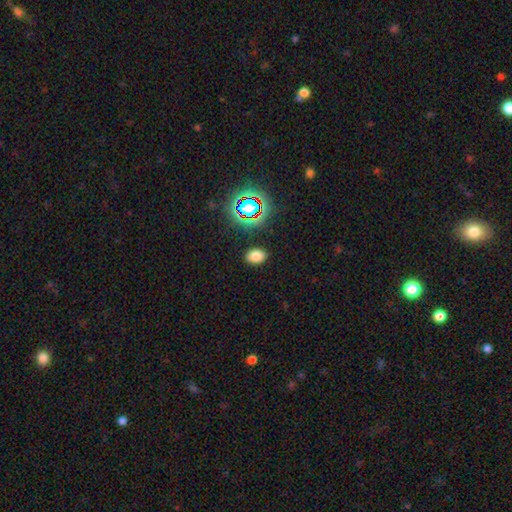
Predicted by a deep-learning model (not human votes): Q: Smooth or featured?
A: smooth (75%); runner-up: star or artifact (18%)
Q: How rounded?
A: in between (77%); runner-up: round (21%)
Q: Merging?
A: none (88%); runner-up: minor disturbance (8%)